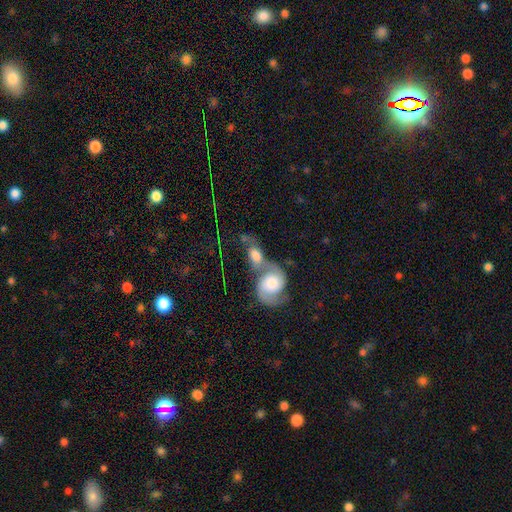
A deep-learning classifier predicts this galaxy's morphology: Smooth or featured?
  - featured or disk: 57% *
  - smooth: 36%
  - star or artifact: 8%
Edge-on disk?
  - no: 92% *
  - yes: 8%
Bar?
  - no: 66% *
  - weak: 27%
  - strong: 7%
Spiral arms?
  - yes: 84% *
  - no: 16%
Bulge size?
  - large: 40% *
  - moderate: 33%
  - small: 14%
  - none: 7%
  - dominant: 6%
Merging?
  - merger: 71% *
  - none: 16%
  - minor disturbance: 7%
  - major disturbance: 6%